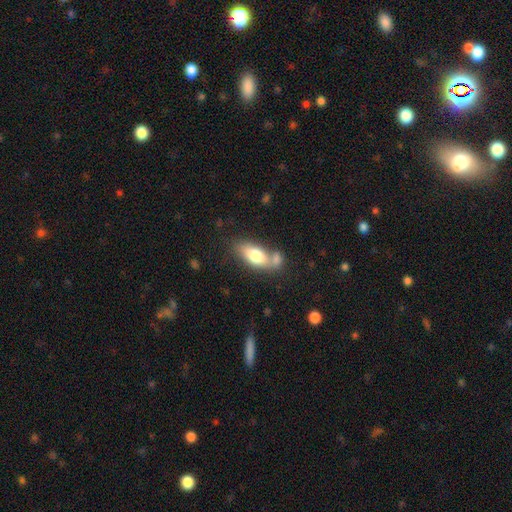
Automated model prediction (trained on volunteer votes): The model was most divided on "merging": none: 43%, merger: 36%, minor disturbance: 15%, major disturbance: 6%. More confident: how rounded — in between (82%); smooth or featured — smooth (74%).